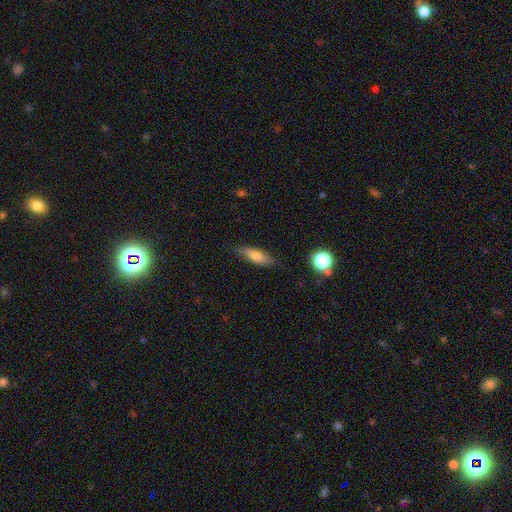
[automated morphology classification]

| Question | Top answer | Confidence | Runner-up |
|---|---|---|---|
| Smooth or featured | smooth | 71% | featured or disk (21%) |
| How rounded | in between | 49% | cigar-shaped (47%) |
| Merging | none | 78% | minor disturbance (17%) |